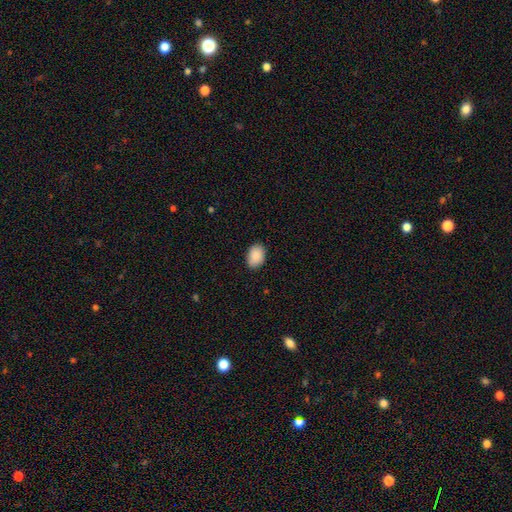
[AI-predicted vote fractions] This is clearly a smooth galaxy (89%). How rounded: clearly in between (84%). Merging: clearly none (87%).